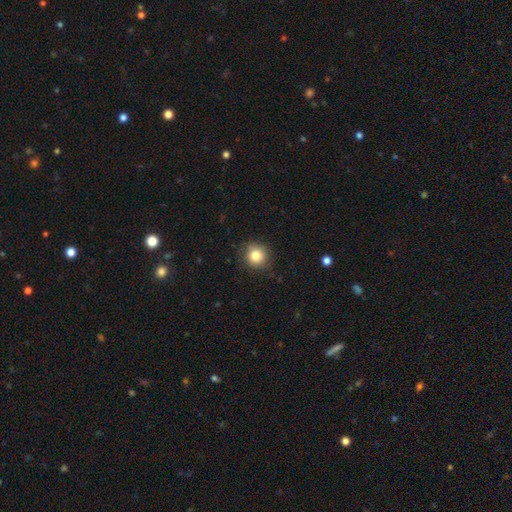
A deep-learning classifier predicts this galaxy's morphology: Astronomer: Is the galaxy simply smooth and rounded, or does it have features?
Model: smooth — 82%.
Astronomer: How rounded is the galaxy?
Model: round — 92%.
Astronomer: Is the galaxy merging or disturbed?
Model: none — 85%.